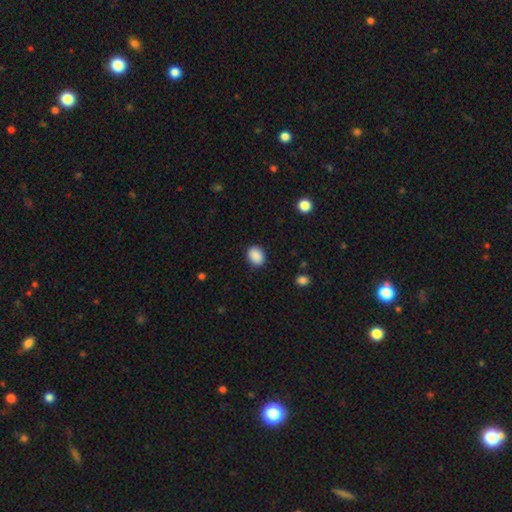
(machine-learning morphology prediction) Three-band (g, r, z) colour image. It shows a smooth galaxy with no disk features (90%) that is in between round and cigar-shaped (59%). Merging: none (88%).